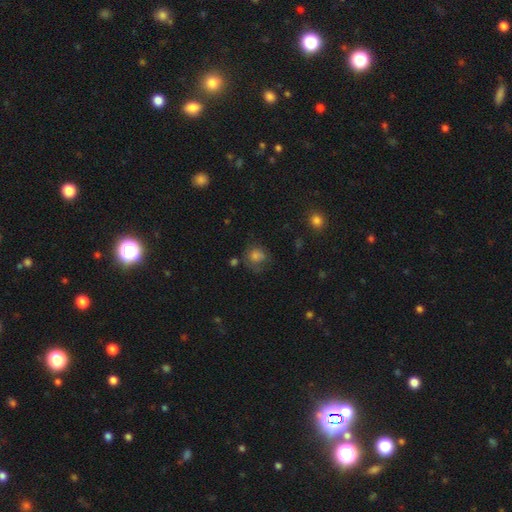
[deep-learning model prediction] Smooth or featured?
  - smooth: 66% *
  - featured or disk: 17%
  - star or artifact: 17%
How rounded?
  - round: 77% *
  - in between: 22%
  - cigar-shaped: 1%
Merging?
  - none: 55% *
  - minor disturbance: 24%
  - major disturbance: 17%
  - merger: 4%